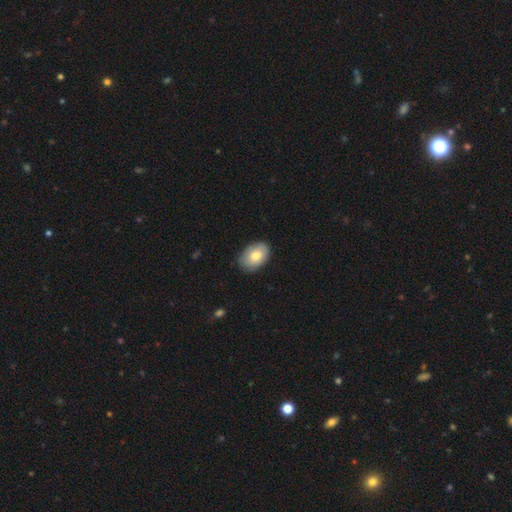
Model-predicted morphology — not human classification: Overall: smooth (78%). How rounded: in between (88%). Merging: none (84%).